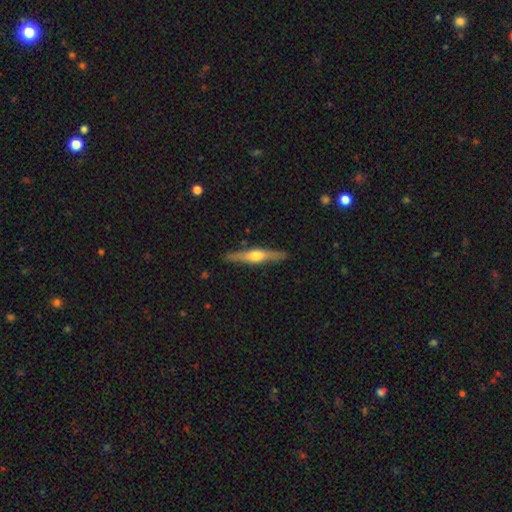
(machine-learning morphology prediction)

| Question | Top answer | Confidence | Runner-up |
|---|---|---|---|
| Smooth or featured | featured or disk | 64% | smooth (31%) |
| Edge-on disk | yes | 95% | no (5%) |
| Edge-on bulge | rounded | 89% | boxy (6%) |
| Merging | none | 88% | minor disturbance (9%) |